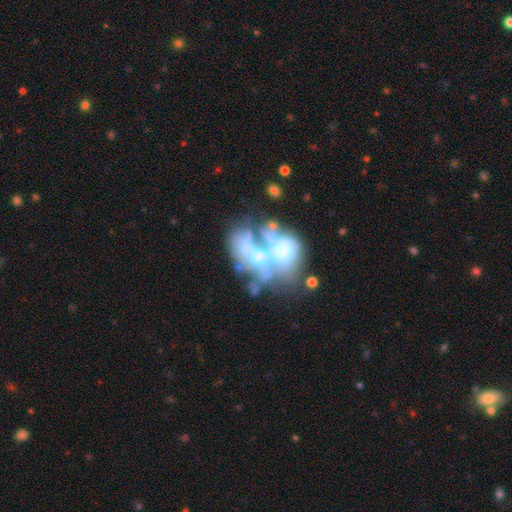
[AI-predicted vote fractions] Morphology: type=featured or disk (65%); edge-on=no (97%); bar=no (87%); spiral arms=no (87%); bulge=none (39%); merging=merger (50%).